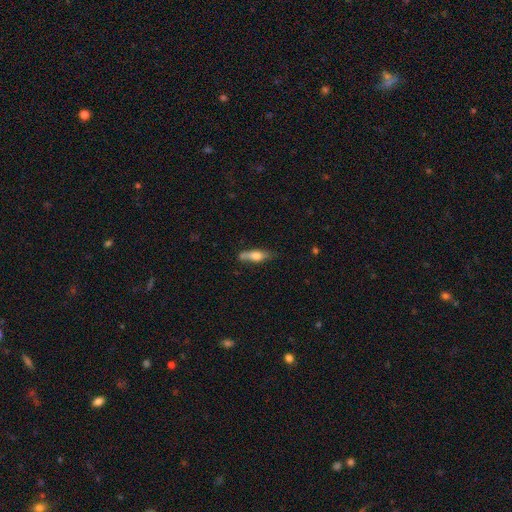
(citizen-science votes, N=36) Q: Smooth or featured?
A: featured or disk (53%); runner-up: smooth (42%)
Q: Edge-on disk?
A: yes (89%); runner-up: no (11%)
Q: Edge-on bulge?
A: rounded (94%); runner-up: boxy (6%)
Q: Merging?
A: none (50%); runner-up: minor disturbance (41%)